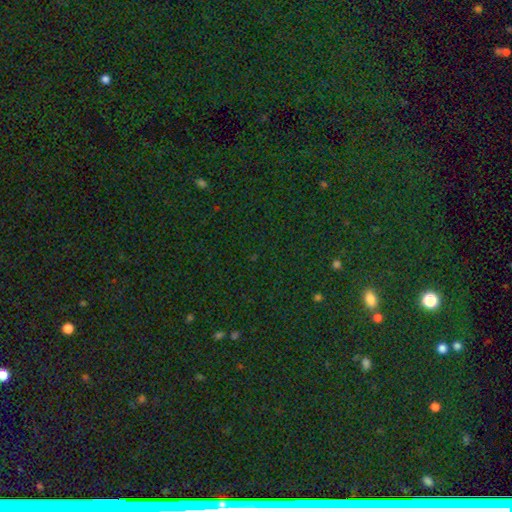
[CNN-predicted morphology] type=star or artifact (80%).